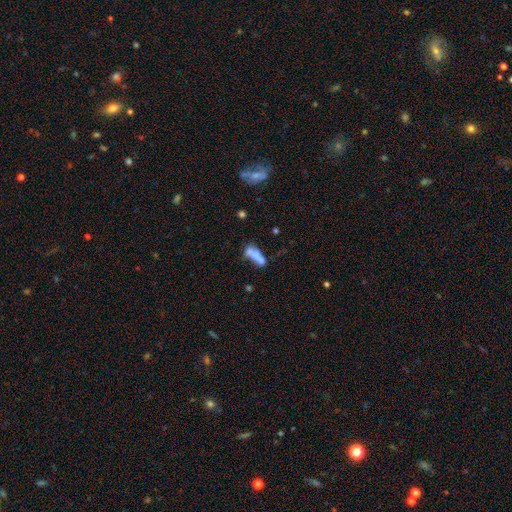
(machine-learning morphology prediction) smooth 62%, featured or disk 26%, star or artifact 12%. Down the decision tree: how rounded — in between (60%); merging — merger (42%).